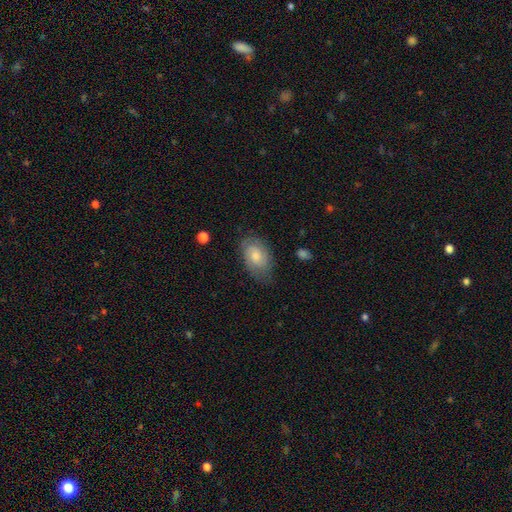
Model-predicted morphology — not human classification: A smooth galaxy with no disk features (54%) that is in between round and cigar-shaped (88%).

Vote fractions:
- Smooth or featured? smooth: 54% / featured or disk: 39% / star or artifact: 7%
- How rounded? in between: 88% / round: 10% / cigar-shaped: 2%
- Merging? none: 69% / minor disturbance: 23% / major disturbance: 7% / merger: 1%